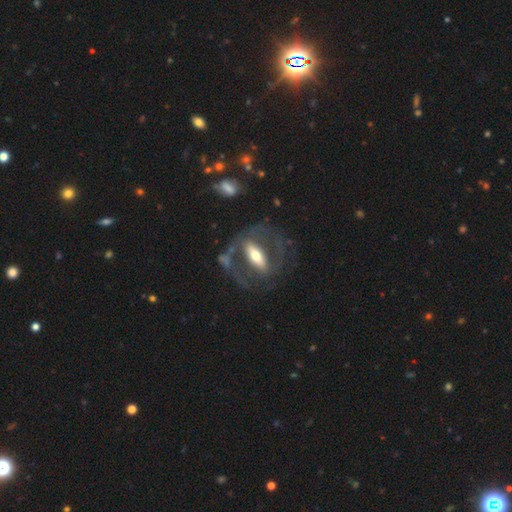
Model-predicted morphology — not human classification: Smooth or featured: featured or disk — 73% (smooth — 21%)
Edge-on disk: no — 78% (yes — 22%)
Bar: strong — 65% (weak — 19%)
Spiral arms: yes — 51% (no — 49%)
Bulge size: moderate — 58% (large — 19%)
Merging: none — 51% (major disturbance — 28%)